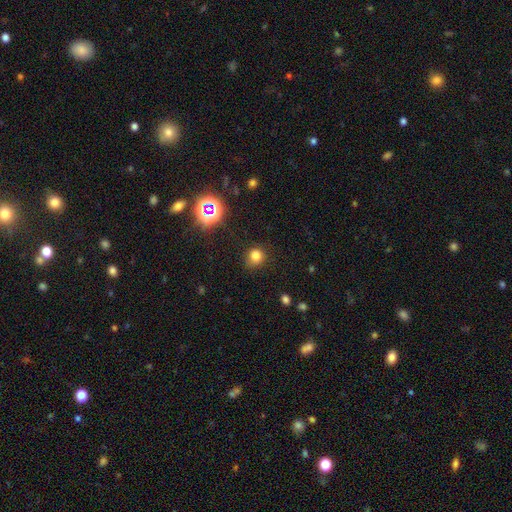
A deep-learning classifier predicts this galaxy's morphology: Smooth or featured? smooth (77%)
How rounded? round (84%)
Merging? none (81%)